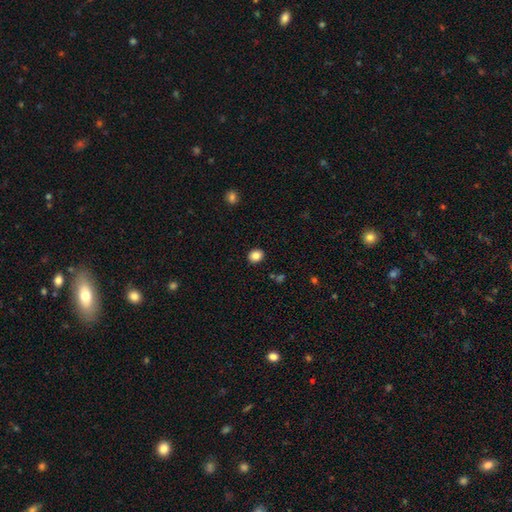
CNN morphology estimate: type=smooth (85%); roundness=round (66%); merging=none (91%).